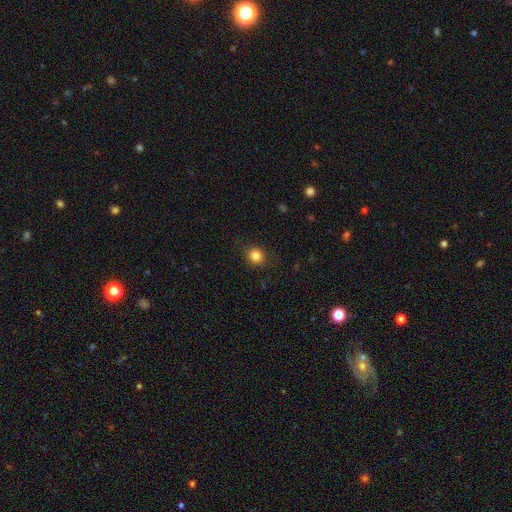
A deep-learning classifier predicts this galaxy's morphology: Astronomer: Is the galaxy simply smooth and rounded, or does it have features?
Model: smooth — 83%.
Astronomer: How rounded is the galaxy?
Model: round — 85%.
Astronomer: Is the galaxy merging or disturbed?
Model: none — 88%.